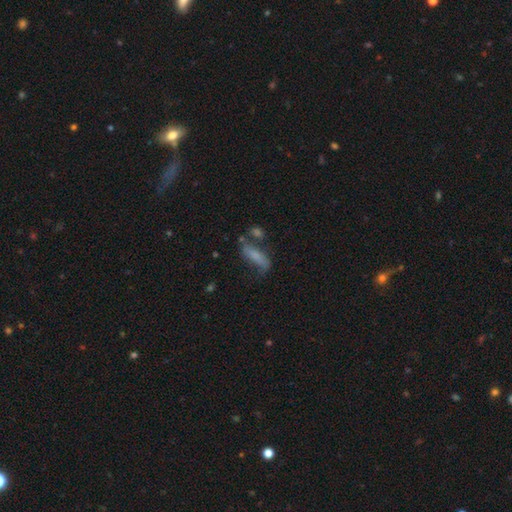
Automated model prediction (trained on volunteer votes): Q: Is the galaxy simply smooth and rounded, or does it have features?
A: smooth — 63%.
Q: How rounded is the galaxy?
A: cigar-shaped — 53%.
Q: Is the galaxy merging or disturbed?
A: none — 46%.